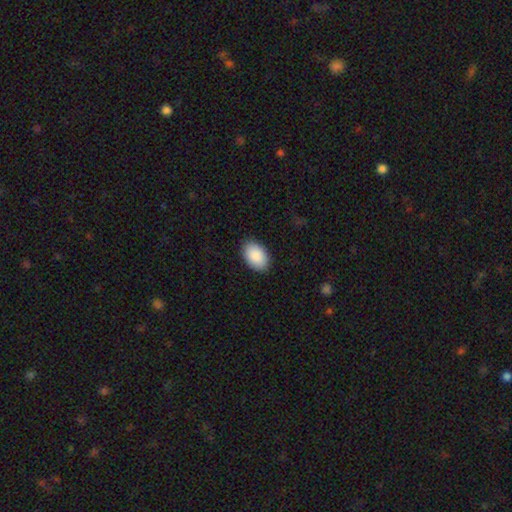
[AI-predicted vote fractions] Overall: smooth (90%). How rounded: in between (91%). Merging: none (88%).